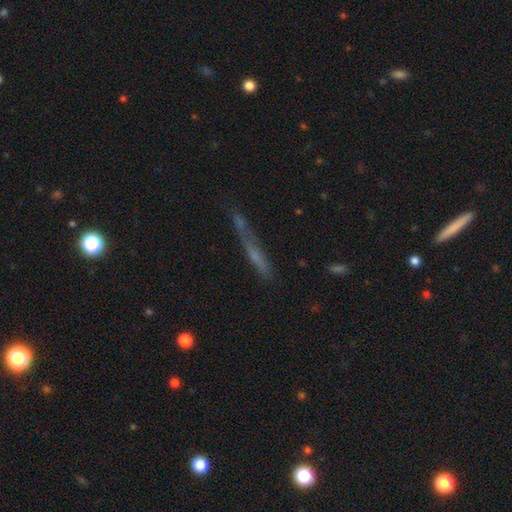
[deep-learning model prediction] Smooth or featured: smooth — 48% (featured or disk — 36%)
Merging: none — 55% (minor disturbance — 22%)